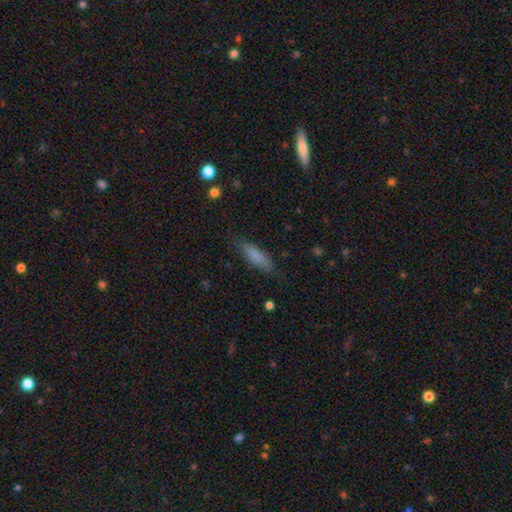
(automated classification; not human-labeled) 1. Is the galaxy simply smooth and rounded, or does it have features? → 82% smooth, 11% featured or disk, 7% star or artifact.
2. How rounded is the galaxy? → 67% cigar-shaped, 31% in between, 2% round.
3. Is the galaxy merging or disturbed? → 83% none, 13% minor disturbance, 3% major disturbance, 1% merger.